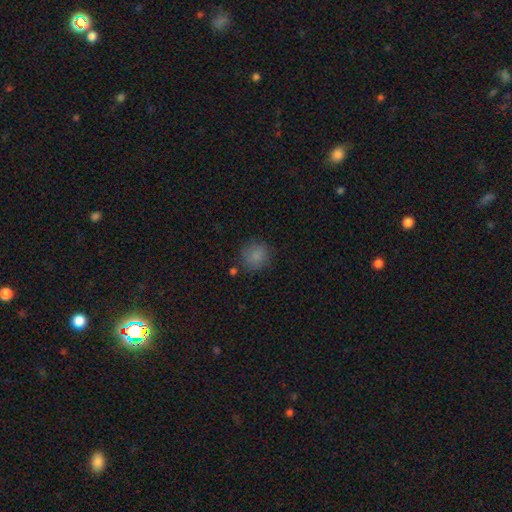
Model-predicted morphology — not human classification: smooth_or_featured: smooth (p=0.83) [alt: star or artifact p=0.11]
how_rounded: round (p=0.88) [alt: in between p=0.11]
merging: none (p=0.77) [alt: minor disturbance p=0.15]